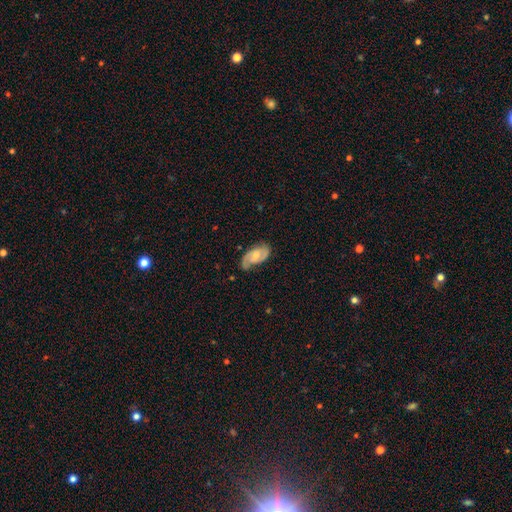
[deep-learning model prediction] A featured or disk galaxy (76%) with a weak bar (47%), 2 (86%) medium (47%) spiral arms (95%) and a moderate central bulge (45%).

Vote fractions:
- Smooth or featured? featured or disk: 76% / smooth: 18% / star or artifact: 6%
- Edge-on disk? no: 96% / yes: 4%
- Bar? weak: 47% / no: 40% / strong: 13%
- Spiral arms? yes: 95% / no: 5%
- Spiral winding? medium: 47% / tight: 36% / loose: 17%
- Spiral arm count? 2: 86% / can't tell: 6% / 1: 4% / 3: 1% / 4: 1% / more than 4: 1%
- Bulge size? moderate: 45% / small: 39% / none: 10% / large: 5% / dominant: 1%
- Merging? none: 73% / minor disturbance: 20% / major disturbance: 6% / merger: 2%